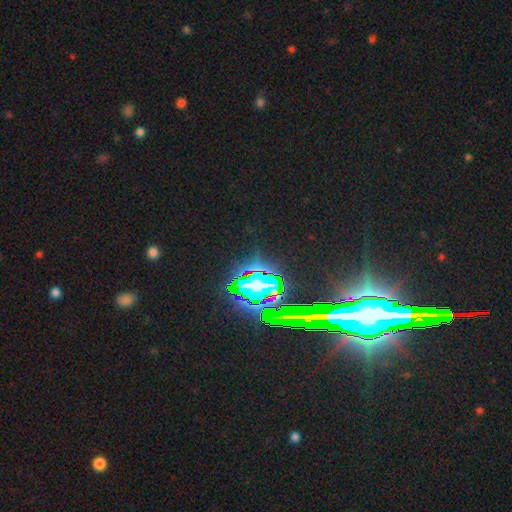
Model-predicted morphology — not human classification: A star or artifact, not a galaxy (84%).

Vote fractions:
- Smooth or featured? star or artifact: 84% / featured or disk: 9% / smooth: 7%